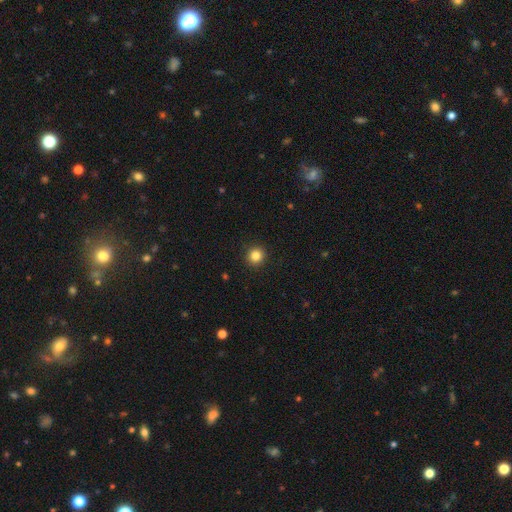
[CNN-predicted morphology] type=smooth (84%); roundness=round (92%); merging=none (93%).